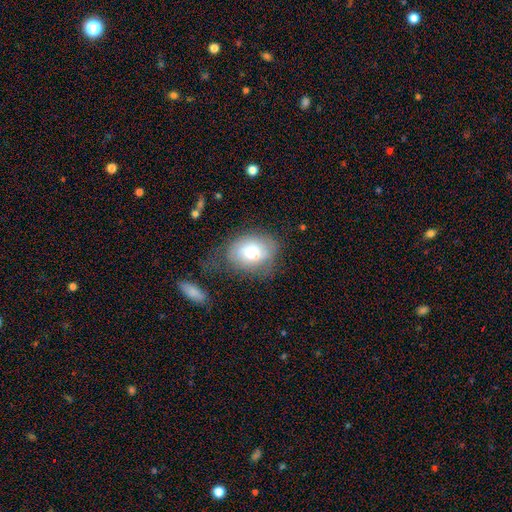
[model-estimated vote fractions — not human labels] Q: Smooth or featured?
A: smooth (68%); runner-up: featured or disk (23%)
Q: How rounded?
A: in between (65%); runner-up: round (34%)
Q: Merging?
A: none (51%); runner-up: minor disturbance (25%)